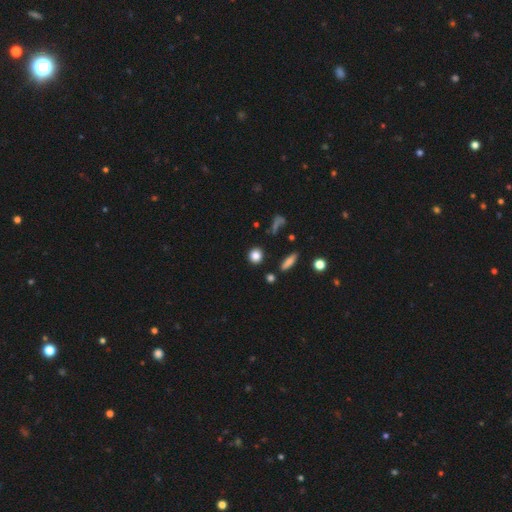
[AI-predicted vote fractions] This appears to be a smooth galaxy with no disk features (84%) that is round (84%). Merging: none (86%).